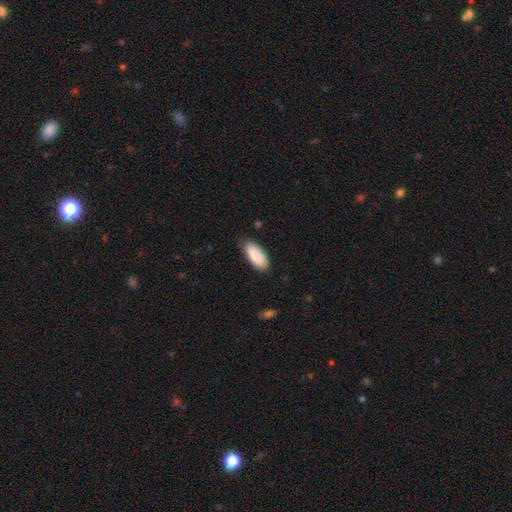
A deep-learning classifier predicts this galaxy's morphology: smooth-or-featured: smooth: 89% | star or artifact: 6% | featured or disk: 6%
  how-rounded: in between: 85% | cigar-shaped: 13% | round: 2%
  merging: none: 81% | minor disturbance: 15% | major disturbance: 3% | merger: 1%